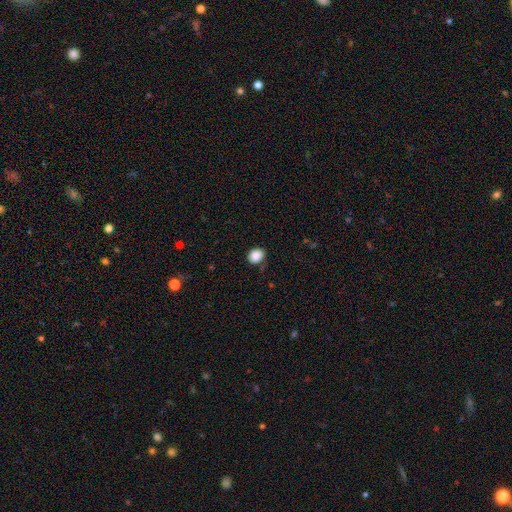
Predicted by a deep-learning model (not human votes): Smooth or featured?
  - smooth: 88% *
  - star or artifact: 9%
  - featured or disk: 3%
How rounded?
  - round: 57% *
  - in between: 43%
  - cigar-shaped: 1%
Merging?
  - none: 79% *
  - minor disturbance: 16%
  - major disturbance: 4%
  - merger: 2%